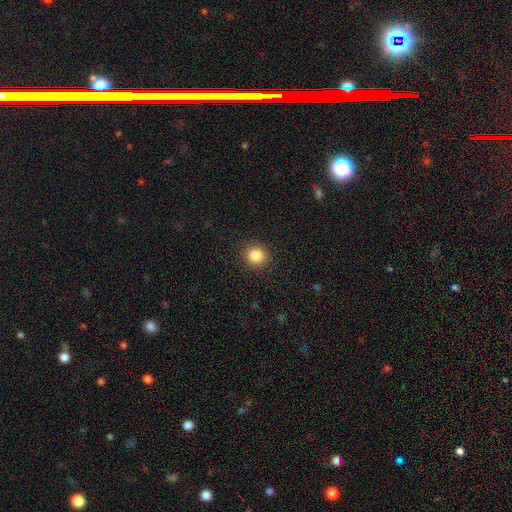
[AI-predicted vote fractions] This is clearly a smooth galaxy (85%). How rounded: clearly round (85%). Merging: clearly none (91%).